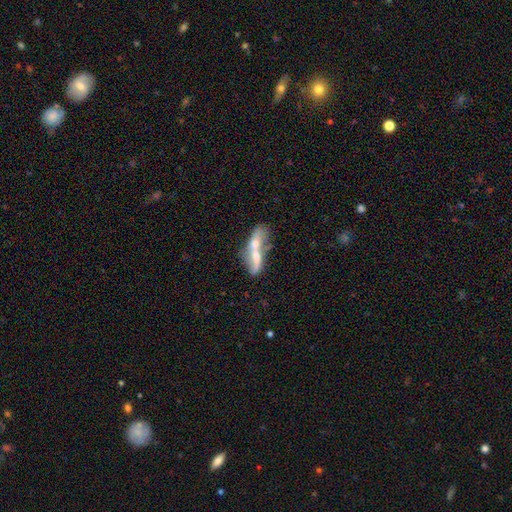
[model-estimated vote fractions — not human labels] The model was most divided on "smooth or featured": featured or disk: 54%, smooth: 38%, star or artifact: 8%. More confident: edge-on disk — no (76%); merging — merger (55%).